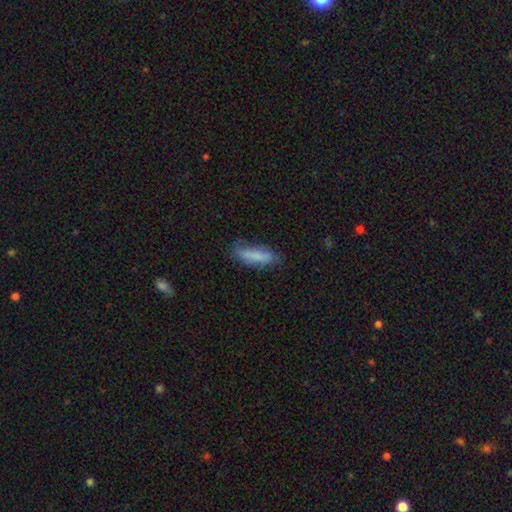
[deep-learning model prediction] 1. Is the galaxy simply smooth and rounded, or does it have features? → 81% smooth, 12% featured or disk, 7% star or artifact.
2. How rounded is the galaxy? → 61% cigar-shaped, 37% in between, 2% round.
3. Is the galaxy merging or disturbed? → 65% none, 25% minor disturbance, 7% major disturbance, 2% merger.